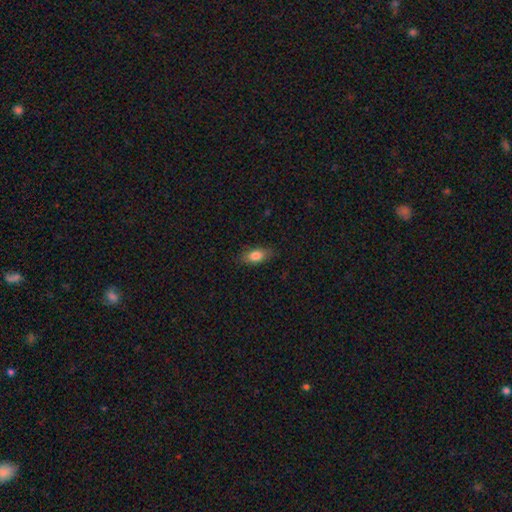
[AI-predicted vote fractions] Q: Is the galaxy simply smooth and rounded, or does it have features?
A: smooth — 82%.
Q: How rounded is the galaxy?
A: in between — 87%.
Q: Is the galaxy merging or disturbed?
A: none — 83%.